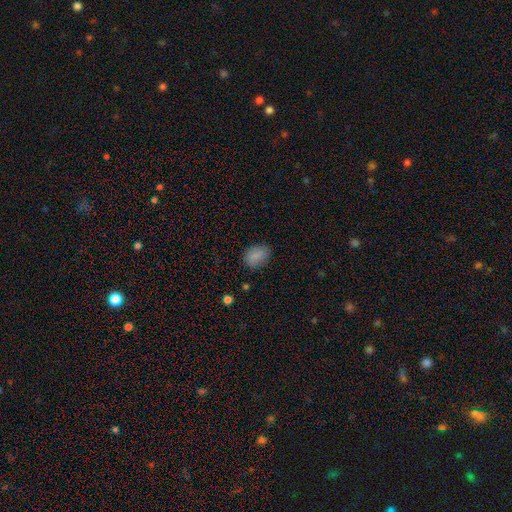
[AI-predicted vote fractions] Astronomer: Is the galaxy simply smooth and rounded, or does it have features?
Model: smooth — 85%.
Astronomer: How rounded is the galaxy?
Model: in between — 72%.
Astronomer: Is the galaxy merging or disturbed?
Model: none — 78%.